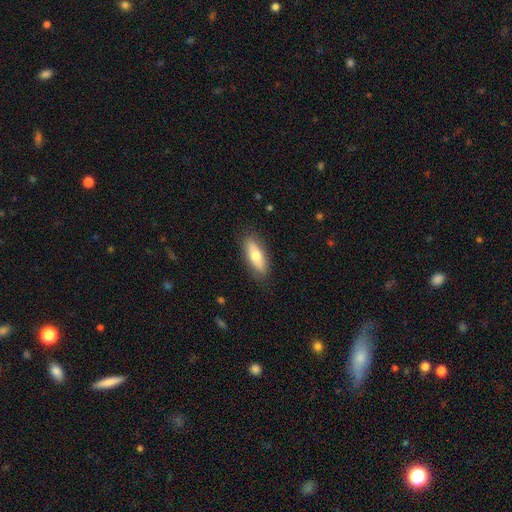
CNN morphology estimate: Q: Smooth or featured?
A: smooth (67%); runner-up: featured or disk (27%)
Q: How rounded?
A: in between (69%); runner-up: cigar-shaped (28%)
Q: Merging?
A: none (85%); runner-up: minor disturbance (11%)